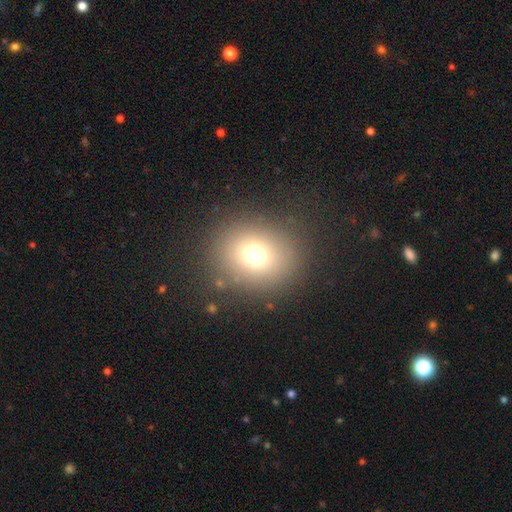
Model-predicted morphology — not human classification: Smooth or featured? Predicted: smooth (p=0.72). How rounded? Predicted: round (p=0.73). Merging? Predicted: none (p=0.85).